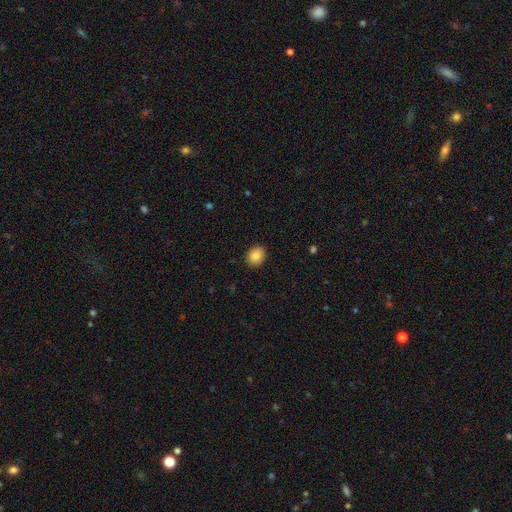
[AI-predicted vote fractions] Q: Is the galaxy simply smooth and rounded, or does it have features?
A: smooth — 86%.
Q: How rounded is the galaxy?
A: round — 63%.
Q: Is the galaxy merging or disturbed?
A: none — 91%.